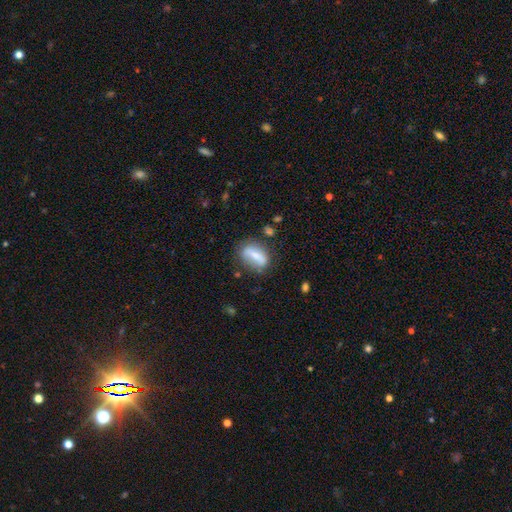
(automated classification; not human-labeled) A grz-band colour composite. It shows a smooth galaxy with no disk features (61%) that is in between round and cigar-shaped (74%). Merging: none (62%).